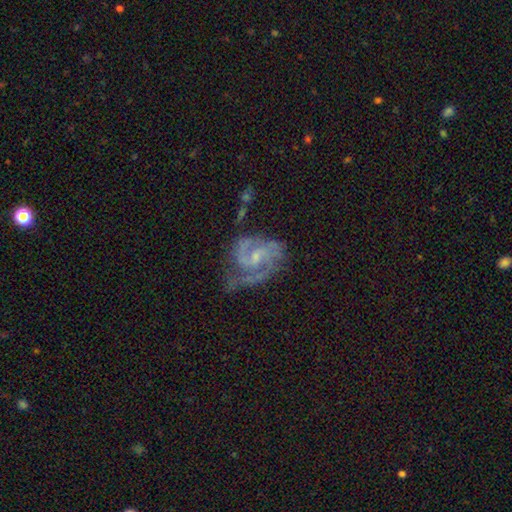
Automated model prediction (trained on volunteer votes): smooth_or_featured: featured or disk (p=0.88) [alt: smooth p=0.06]
disk_edge_on: no (p=0.98) [alt: yes p=0.02]
bar: weak (p=0.47) [alt: no p=0.43]
has_spiral_arms: yes (p=0.97) [alt: no p=0.03]
spiral_winding: medium (p=0.52) [alt: tight p=0.35]
spiral_arm_count: 2 (p=0.66) [alt: 3 p=0.15]
bulge_size: small (p=0.64) [alt: moderate p=0.25]
merging: none (p=0.50) [alt: minor disturbance p=0.26]